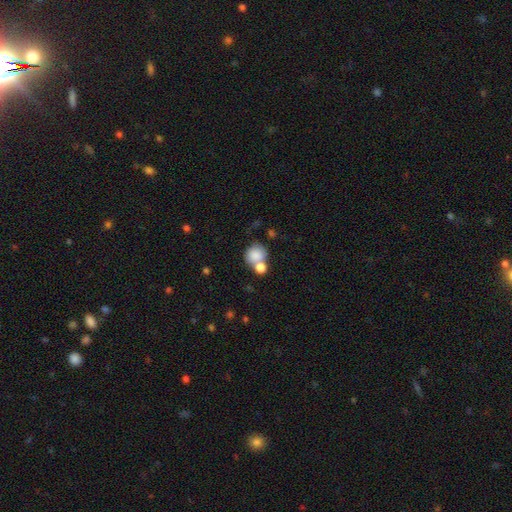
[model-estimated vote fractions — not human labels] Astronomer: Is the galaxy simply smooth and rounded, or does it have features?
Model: smooth — 82%.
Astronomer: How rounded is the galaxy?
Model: round — 79%.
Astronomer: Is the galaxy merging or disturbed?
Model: none — 43% (runner-up: merger, 42%).